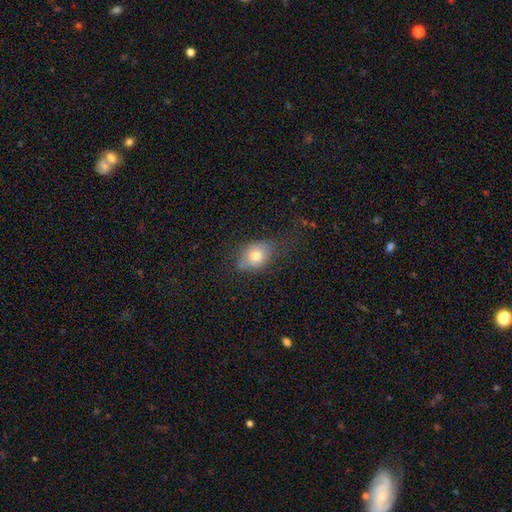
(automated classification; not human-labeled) Morphology: type=smooth (73%); roundness=in between (71%); merging=none (59%).